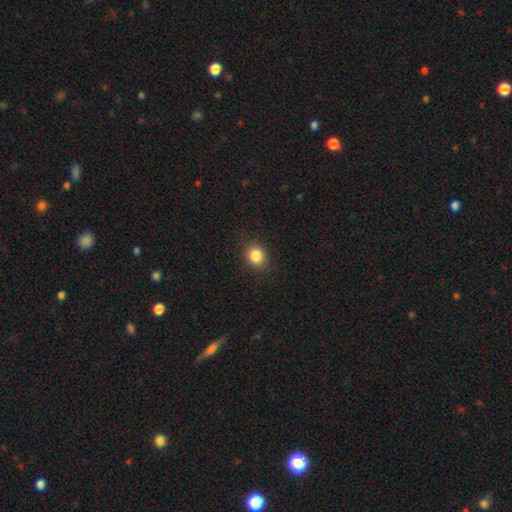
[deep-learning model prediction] smooth_or_featured: smooth (p=0.86) [alt: star or artifact p=0.10]
how_rounded: round (p=0.57) [alt: in between p=0.42]
merging: none (p=0.88) [alt: minor disturbance p=0.08]